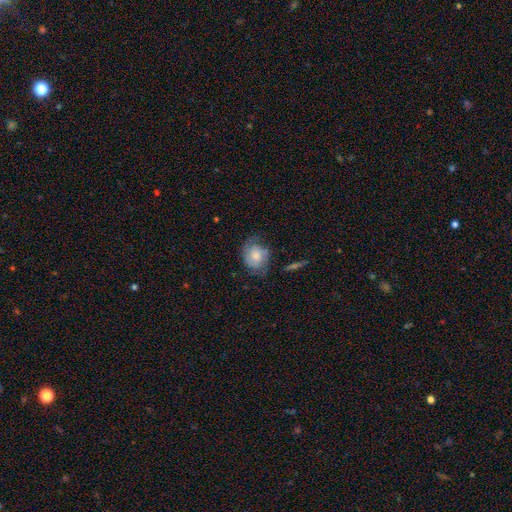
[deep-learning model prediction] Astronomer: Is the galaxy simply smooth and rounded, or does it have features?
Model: featured or disk — 60%.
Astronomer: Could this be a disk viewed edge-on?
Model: no — 97%.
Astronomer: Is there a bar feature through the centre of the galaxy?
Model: no — 74%.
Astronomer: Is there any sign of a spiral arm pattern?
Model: yes — 88%.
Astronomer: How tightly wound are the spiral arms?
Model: tight — 46% (runner-up: medium, 39%).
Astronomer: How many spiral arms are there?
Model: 2 — 70%.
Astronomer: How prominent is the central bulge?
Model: moderate — 49% (runner-up: small, 30%).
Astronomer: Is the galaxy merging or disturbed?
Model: none — 60%.